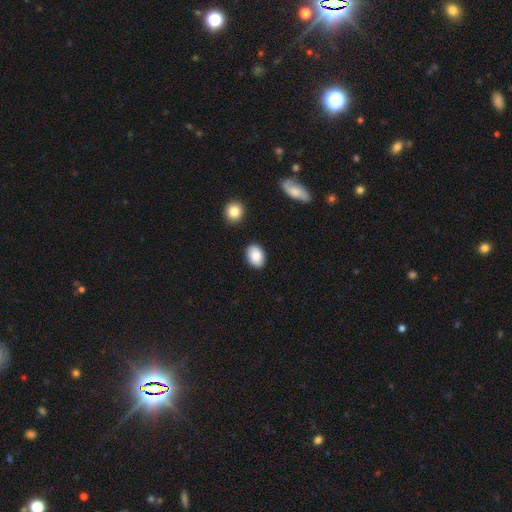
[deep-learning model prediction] Smooth or featured: smooth — 86% (star or artifact — 7%)
How rounded: in between — 83% (round — 16%)
Merging: none — 87% (minor disturbance — 9%)